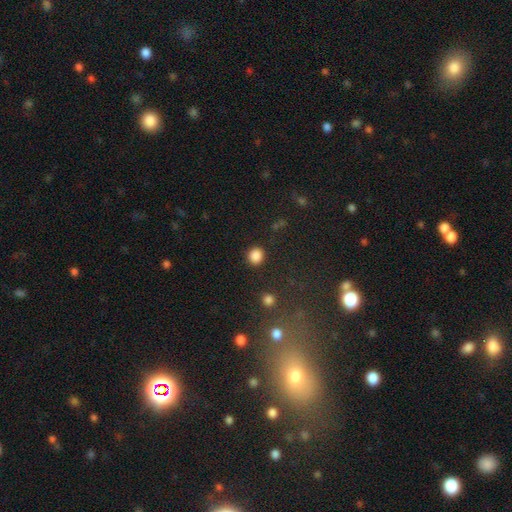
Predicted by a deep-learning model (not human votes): Morphology: type=smooth (86%); roundness=round (83%); merging=none (89%).